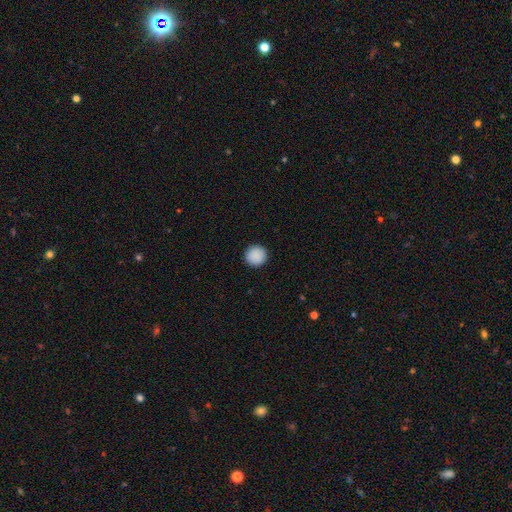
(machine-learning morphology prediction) Smooth or featured: smooth — 90% (star or artifact — 8%)
How rounded: round — 95% (in between — 4%)
Merging: none — 93% (minor disturbance — 5%)